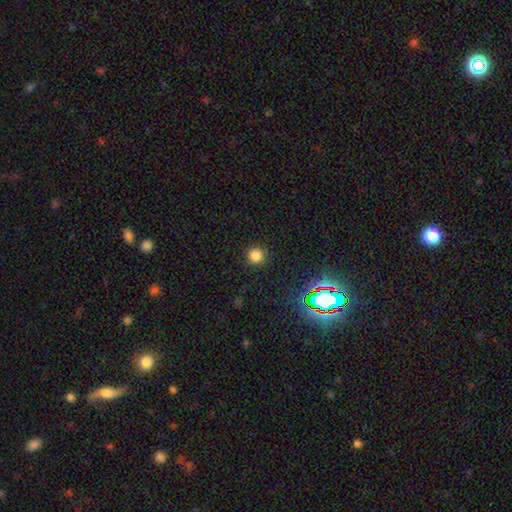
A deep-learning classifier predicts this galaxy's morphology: Smooth or featured?
  - smooth: 80% *
  - star or artifact: 16%
  - featured or disk: 4%
How rounded?
  - round: 95% *
  - in between: 4%
  - cigar-shaped: 1%
Merging?
  - none: 91% *
  - minor disturbance: 6%
  - major disturbance: 2%
  - merger: 1%